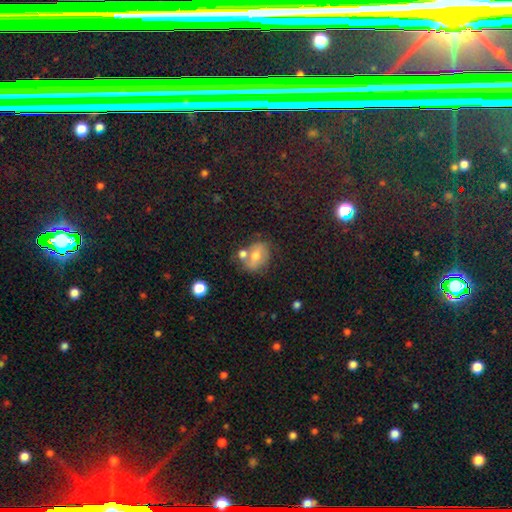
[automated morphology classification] smooth 51%, featured or disk 35%, star or artifact 14%. Down the decision tree: how rounded — in between (55%); merging — none (51%).